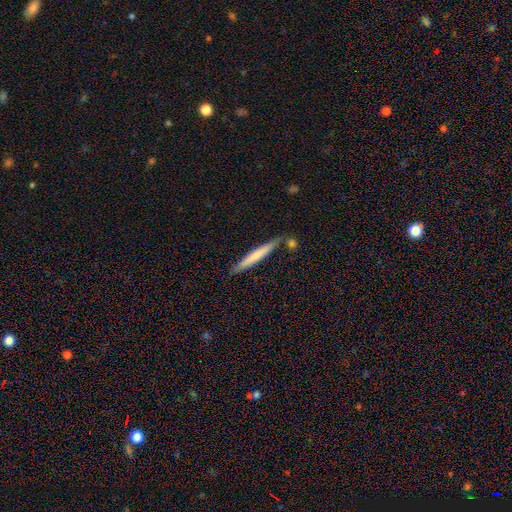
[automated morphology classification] Smooth or featured? smooth (61%)
How rounded? cigar-shaped (96%)
Merging? none (81%)